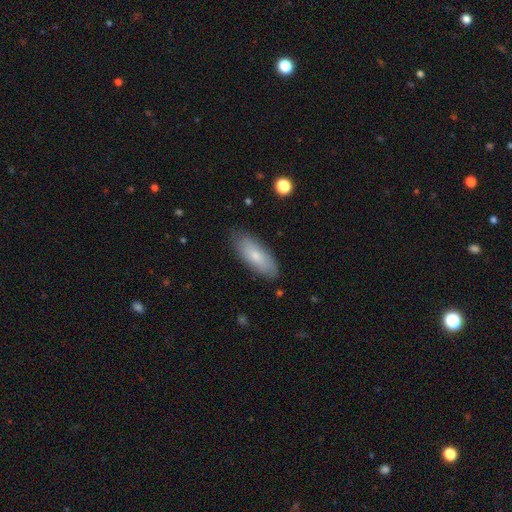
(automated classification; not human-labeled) A smooth galaxy with no disk features (75%) that is in between round and cigar-shaped (72%).

Vote fractions:
- Smooth or featured? smooth: 75% / featured or disk: 19% / star or artifact: 6%
- How rounded? in between: 72% / cigar-shaped: 26% / round: 2%
- Merging? none: 83% / minor disturbance: 13% / major disturbance: 2% / merger: 1%